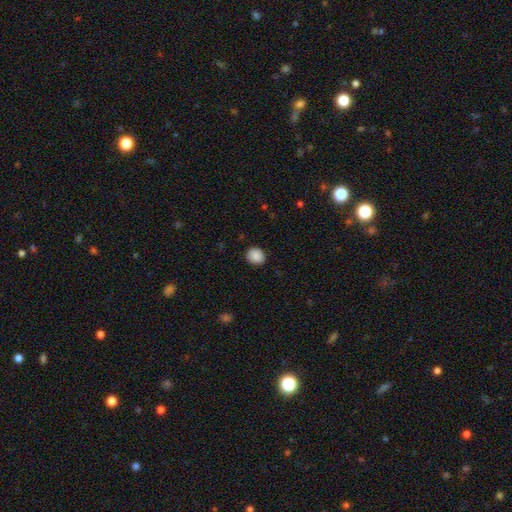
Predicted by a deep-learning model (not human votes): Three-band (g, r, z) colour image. It shows a smooth galaxy with no disk features (89%) that is round (74%). Merging: none (89%).